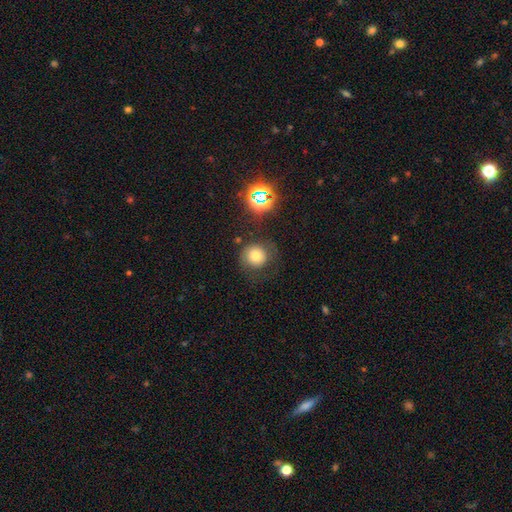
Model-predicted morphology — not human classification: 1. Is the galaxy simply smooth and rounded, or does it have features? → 72% smooth, 16% star or artifact, 12% featured or disk.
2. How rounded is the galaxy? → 91% round, 8% in between, 1% cigar-shaped.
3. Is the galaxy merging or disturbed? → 72% none, 15% minor disturbance, 9% major disturbance, 4% merger.